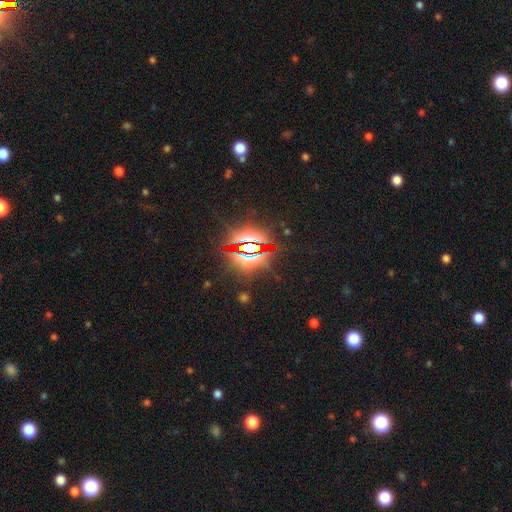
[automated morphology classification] This appears to be a star or artifact, not a galaxy (83%).